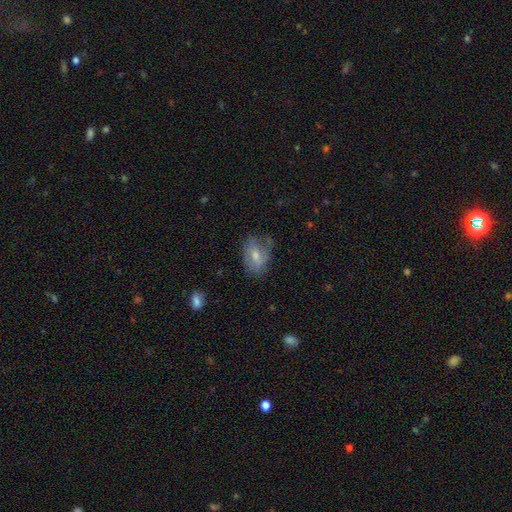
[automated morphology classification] A featured or disk galaxy (48%).

Vote fractions:
- Smooth or featured? featured or disk: 48% / smooth: 42% / star or artifact: 10%
- Merging? none: 59% / minor disturbance: 26% / major disturbance: 12% / merger: 2%